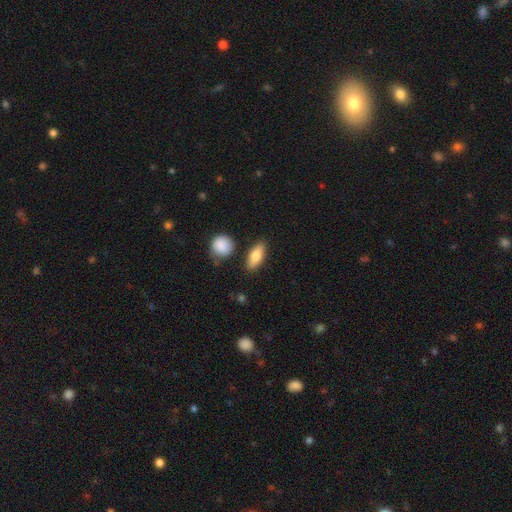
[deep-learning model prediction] Morphology: type=smooth (79%); roundness=in between (76%); merging=none (82%).